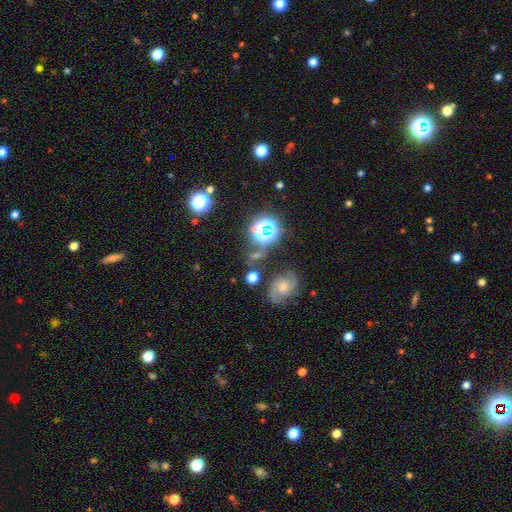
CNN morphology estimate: This is marginally a star or artifact rather than a galaxy (40%).